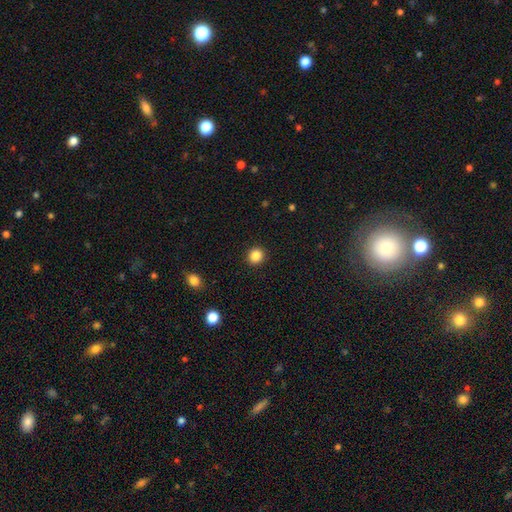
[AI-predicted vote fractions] Smooth or featured: smooth — 86% (star or artifact — 11%)
How rounded: round — 88% (in between — 11%)
Merging: none — 92% (minor disturbance — 5%)